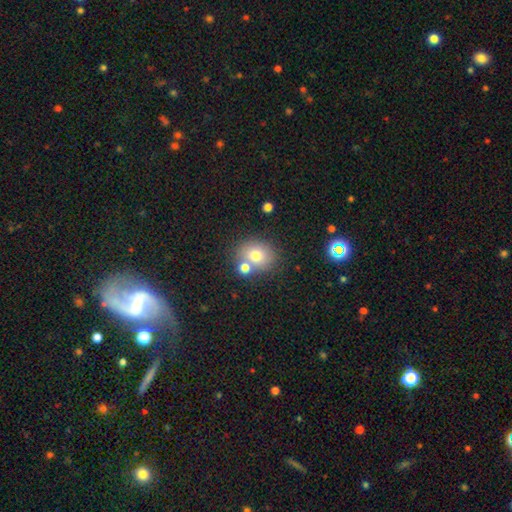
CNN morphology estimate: A smooth galaxy with no disk features (74%) that is round (68%). Merging: none (62%).